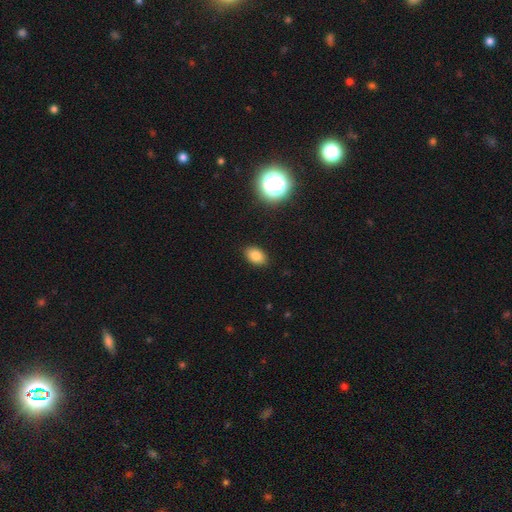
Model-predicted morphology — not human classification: Overall: smooth (81%). How rounded: in between (85%). Merging: none (88%).